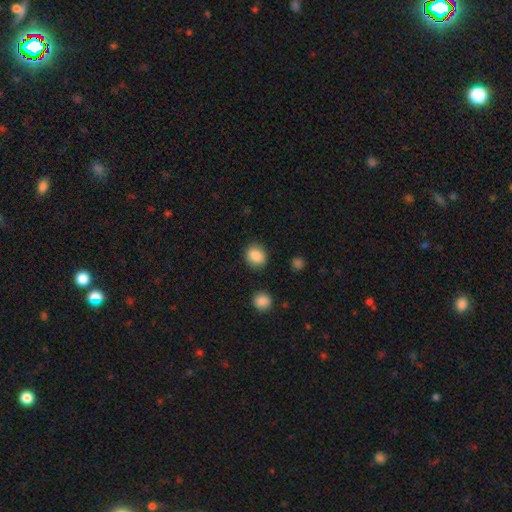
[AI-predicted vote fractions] Overall: smooth (87%). How rounded: round (66%; in between 33%). Merging: none (86%).